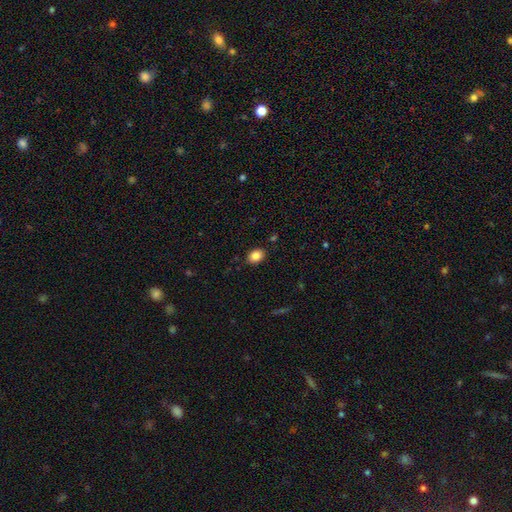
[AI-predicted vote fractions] The model was most divided on "how rounded": in between: 72%, round: 27%, cigar-shaped: 1%. More confident: merging — none (88%); smooth or featured — smooth (84%).